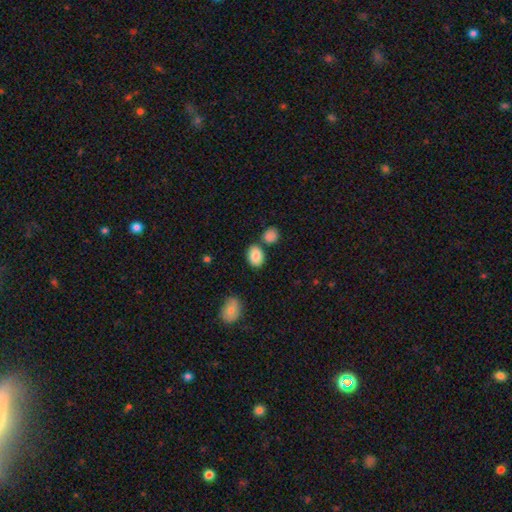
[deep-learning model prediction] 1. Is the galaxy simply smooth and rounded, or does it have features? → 86% smooth, 8% star or artifact, 6% featured or disk.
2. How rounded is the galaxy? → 75% in between, 24% round, 1% cigar-shaped.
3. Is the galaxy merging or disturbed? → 71% none, 13% merger, 13% minor disturbance, 3% major disturbance.